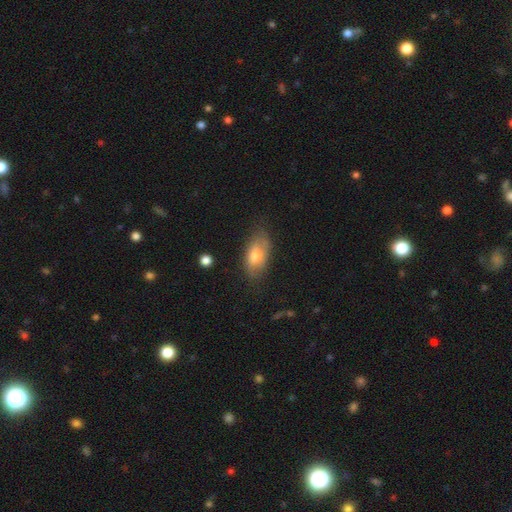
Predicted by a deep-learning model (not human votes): Smooth or featured? Predicted: smooth (p=0.67). How rounded? Predicted: in between (p=0.90). Merging? Predicted: none (p=0.66).